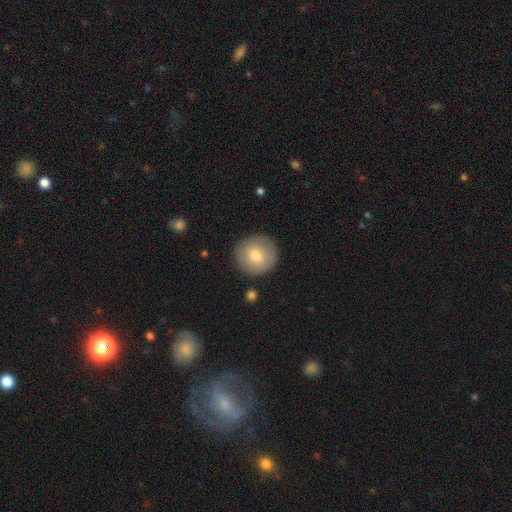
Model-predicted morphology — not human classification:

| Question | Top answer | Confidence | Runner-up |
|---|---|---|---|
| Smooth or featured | smooth | 74% | featured or disk (18%) |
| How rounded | round | 94% | in between (5%) |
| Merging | none | 88% | minor disturbance (9%) |